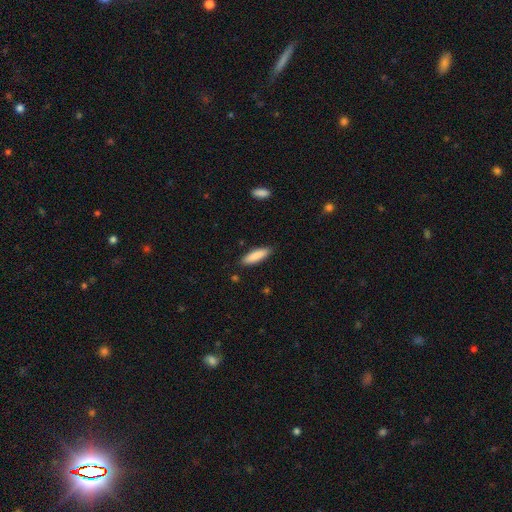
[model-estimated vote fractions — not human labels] Smooth or featured? smooth (87%)
How rounded? cigar-shaped (62%)
Merging? none (88%)